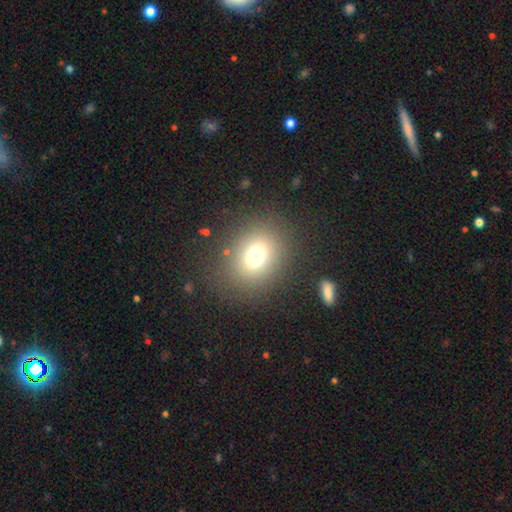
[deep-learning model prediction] Smooth or featured?
  - smooth: 71% *
  - star or artifact: 18%
  - featured or disk: 11%
How rounded?
  - round: 64% *
  - in between: 35%
  - cigar-shaped: 1%
Merging?
  - none: 83% *
  - minor disturbance: 8%
  - major disturbance: 6%
  - merger: 2%